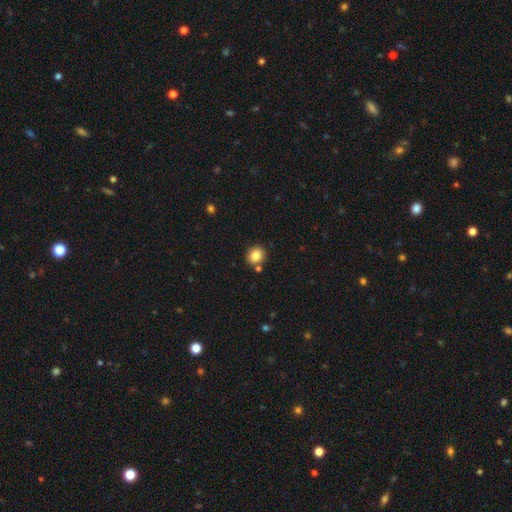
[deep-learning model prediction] This is clearly a smooth galaxy (83%). How rounded: likely round (78%). Merging: clearly none (81%).